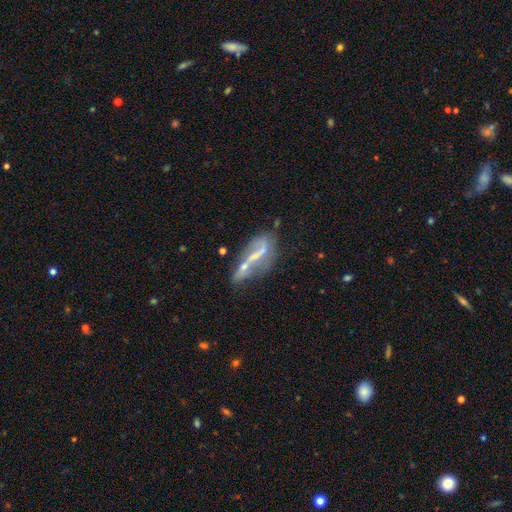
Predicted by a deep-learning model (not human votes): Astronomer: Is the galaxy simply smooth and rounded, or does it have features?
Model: featured or disk — 65%.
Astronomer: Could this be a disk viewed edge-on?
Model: no — 80%.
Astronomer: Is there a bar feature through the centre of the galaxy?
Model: strong — 39% (runner-up: no, 34%).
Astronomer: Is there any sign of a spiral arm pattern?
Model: yes — 53% (runner-up: no, 47%).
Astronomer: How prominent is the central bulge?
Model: small — 44% (runner-up: none, 31%).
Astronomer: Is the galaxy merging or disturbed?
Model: none — 33% (runner-up: merger, 26%).